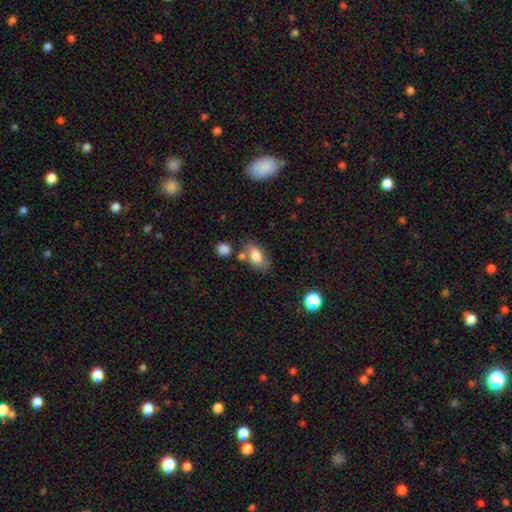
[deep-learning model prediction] This is likely a smooth galaxy (75%). How rounded: clearly in between (88%). Merging: likely none (60%).